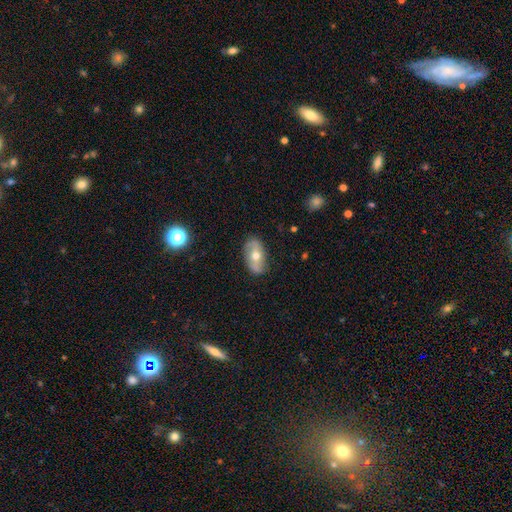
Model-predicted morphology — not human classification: type=featured or disk (50%); edge-on=no (88%); merging=none (81%).